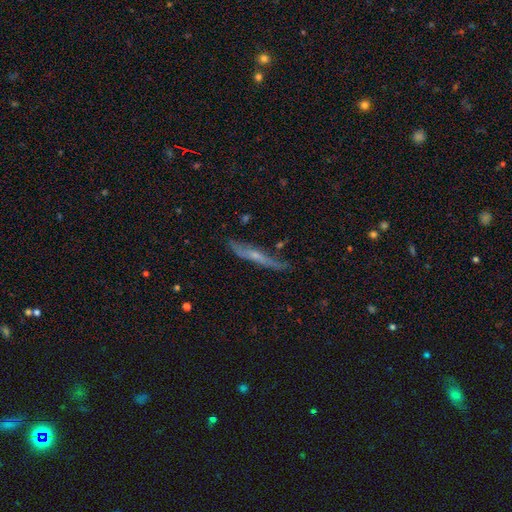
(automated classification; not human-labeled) A featured or disk galaxy (61%) viewed edge-on (85%) with a rounded central bulge (61%).

Vote fractions:
- Smooth or featured? featured or disk: 61% / smooth: 31% / star or artifact: 8%
- Edge-on disk? yes: 85% / no: 15%
- Edge-on bulge? rounded: 61% / none: 33% / boxy: 6%
- Merging? none: 70% / minor disturbance: 22% / major disturbance: 5% / merger: 3%